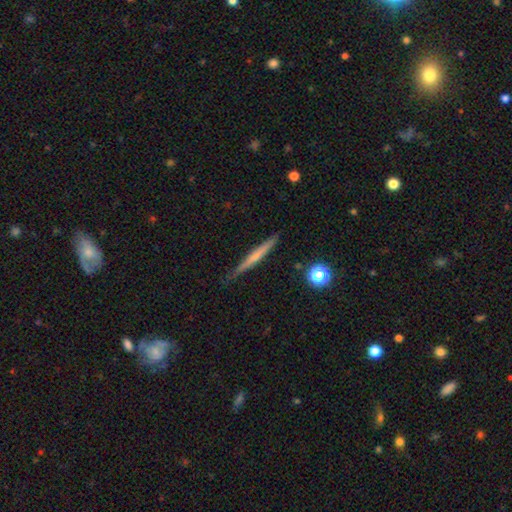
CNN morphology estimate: Q: Smooth or featured?
A: featured or disk (50%); runner-up: smooth (43%)
Q: Edge-on disk?
A: yes (97%); runner-up: no (3%)
Q: Merging?
A: none (86%); runner-up: minor disturbance (11%)